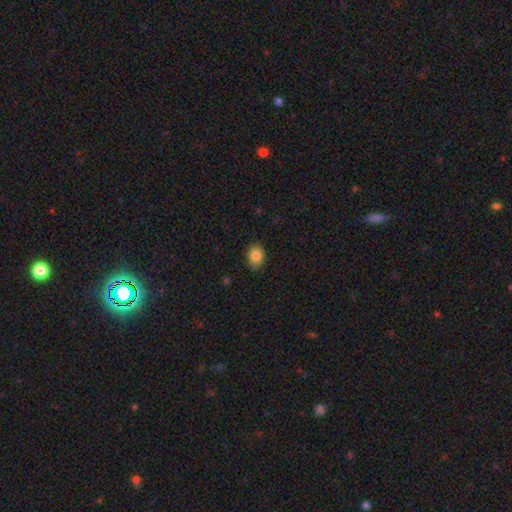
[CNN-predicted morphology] Q: Smooth or featured?
A: smooth (83%); runner-up: star or artifact (9%)
Q: How rounded?
A: in between (63%); runner-up: round (36%)
Q: Merging?
A: none (83%); runner-up: minor disturbance (13%)